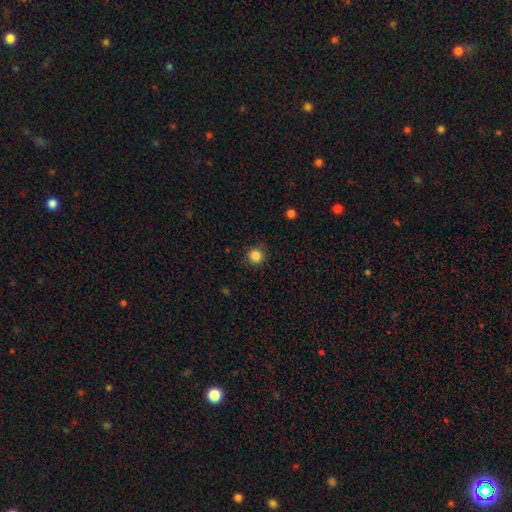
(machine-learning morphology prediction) Overall: smooth (84%). How rounded: round (94%). Merging: none (89%).